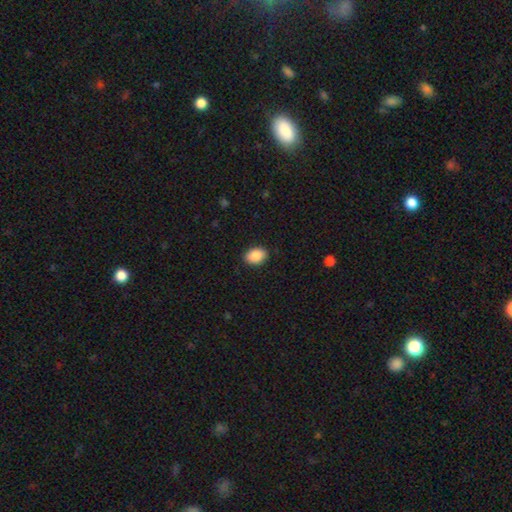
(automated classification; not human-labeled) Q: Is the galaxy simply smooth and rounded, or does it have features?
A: smooth — 89%.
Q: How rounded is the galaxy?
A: in between — 76%.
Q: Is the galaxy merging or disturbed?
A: none — 88%.